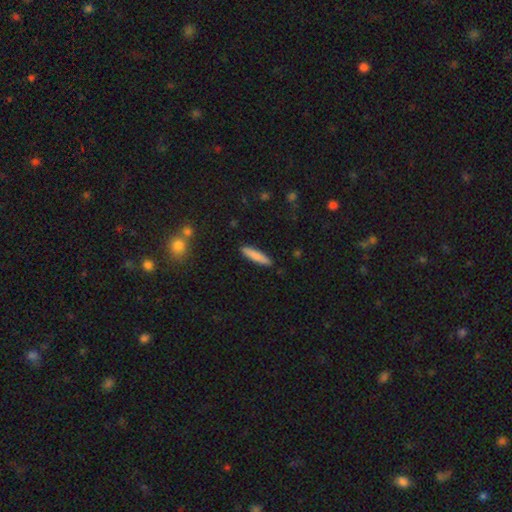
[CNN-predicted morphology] This appears to be a smooth galaxy with no disk features (82%) that is cigar-shaped (85%). Merging: none (90%).